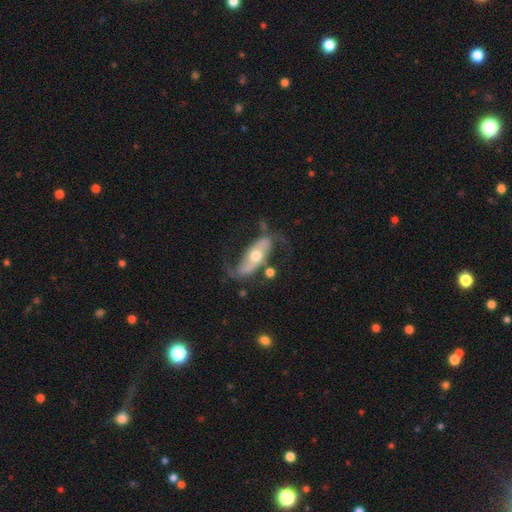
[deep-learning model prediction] Smooth or featured? featured or disk (78%)
Edge-on disk? no (87%)
Bar? no (45%)
Spiral arms? yes (88%)
Spiral winding? loose (66%)
Spiral arm count? 2 (90%)
Bulge size? moderate (71%)
Merging? none (61%)